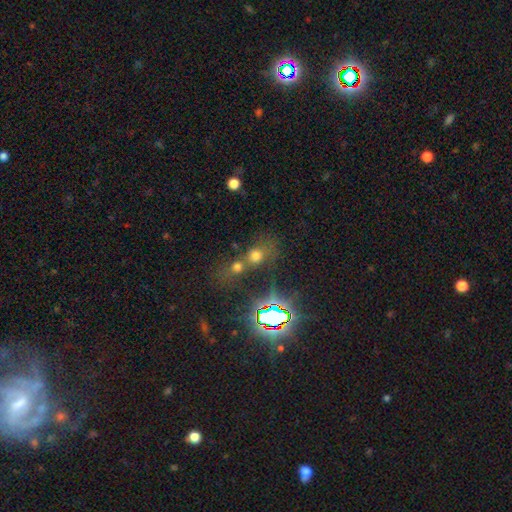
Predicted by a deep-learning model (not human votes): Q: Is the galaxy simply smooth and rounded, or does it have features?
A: smooth — 58%.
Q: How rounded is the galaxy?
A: round — 70%.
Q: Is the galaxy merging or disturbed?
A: none — 42%.